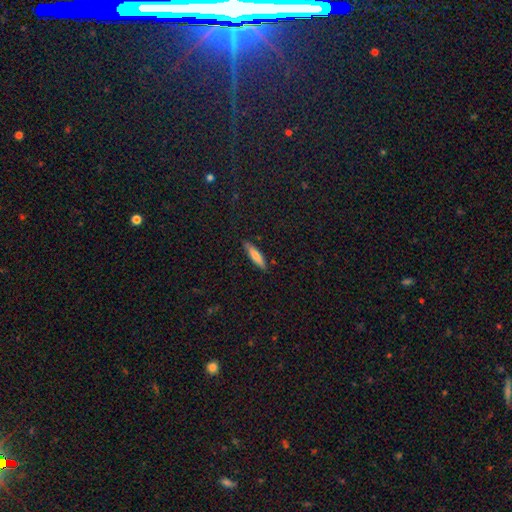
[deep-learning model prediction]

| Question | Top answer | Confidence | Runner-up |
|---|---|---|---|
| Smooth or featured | smooth | 70% | featured or disk (24%) |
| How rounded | cigar-shaped | 80% | in between (19%) |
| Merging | none | 87% | minor disturbance (10%) |